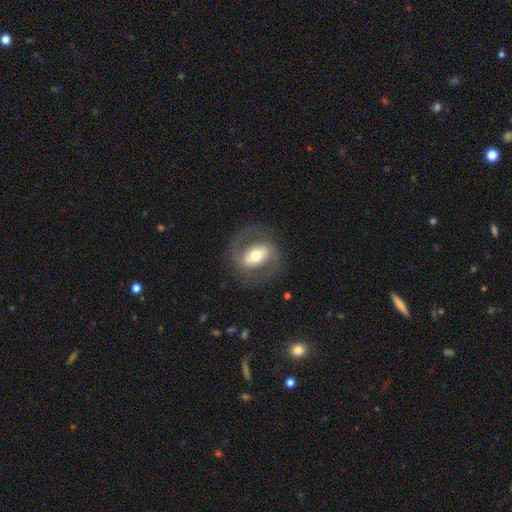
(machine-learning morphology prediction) Overall: featured or disk (70%). Edge-on disk: no (94%). Bar: strong (49%; weak 31%). Spiral arms: yes (69%; no 31%). Bulge size: moderate (64%). Merging: none (76%).